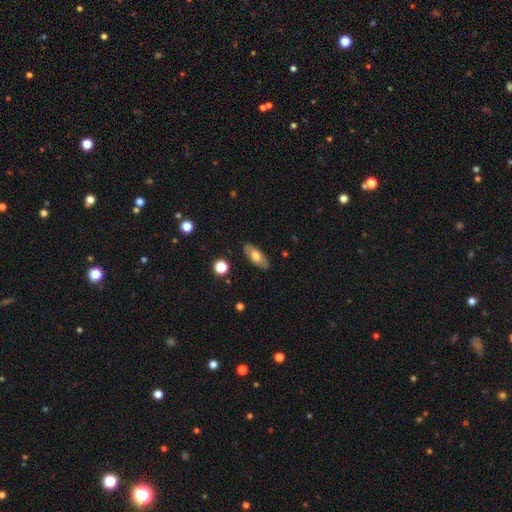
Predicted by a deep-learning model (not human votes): Smooth or featured: smooth — 63% (featured or disk — 30%)
How rounded: in between — 84% (cigar-shaped — 12%)
Merging: none — 86% (minor disturbance — 11%)